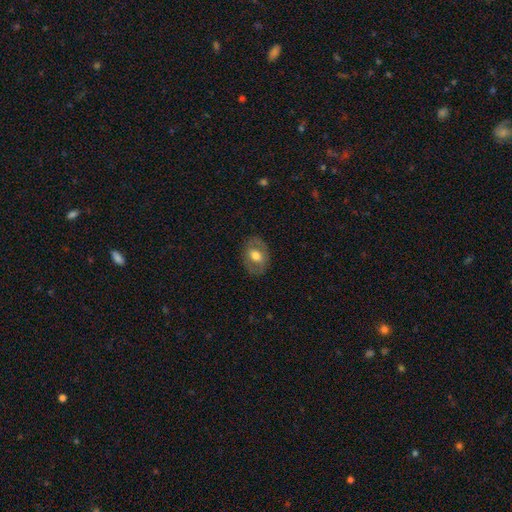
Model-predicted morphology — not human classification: type=smooth (52%); roundness=in between (67%); merging=none (82%).